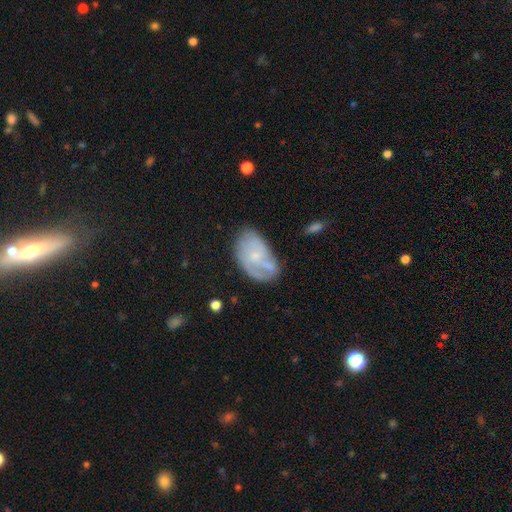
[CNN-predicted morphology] Overall: featured or disk (59%; smooth 34%). Edge-on disk: no (96%). Bar: no (70%). Spiral arms: yes (73%). Bulge size: small (70%). Merging: none (53%; minor disturbance 28%).